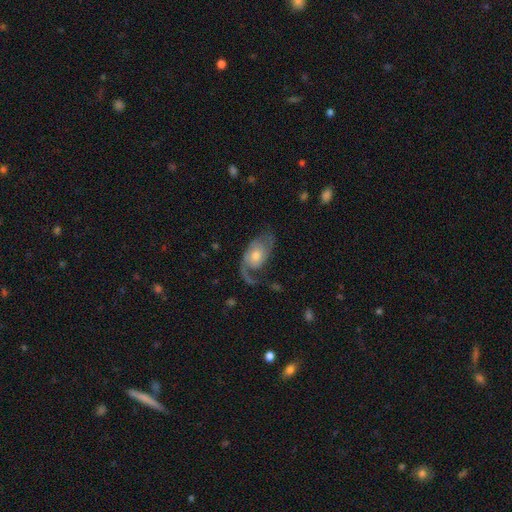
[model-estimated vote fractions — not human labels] A featured or disk galaxy (81%) with no bar (69%), 2 (68%) medium (42%) spiral arms (94%) and a moderate central bulge (59%).

Vote fractions:
- Smooth or featured? featured or disk: 81% / smooth: 13% / star or artifact: 6%
- Edge-on disk? no: 96% / yes: 4%
- Bar? no: 69% / weak: 26% / strong: 5%
- Spiral arms? yes: 94% / no: 6%
- Spiral winding? medium: 42% / loose: 36% / tight: 22%
- Spiral arm count? 2: 68% / 1: 23% / can't tell: 6% / 3: 2% / 4: 1% / more than 4: 1%
- Bulge size? moderate: 59% / small: 30% / large: 7% / none: 2% / dominant: 1%
- Merging? none: 56% / major disturbance: 22% / minor disturbance: 19% / merger: 2%